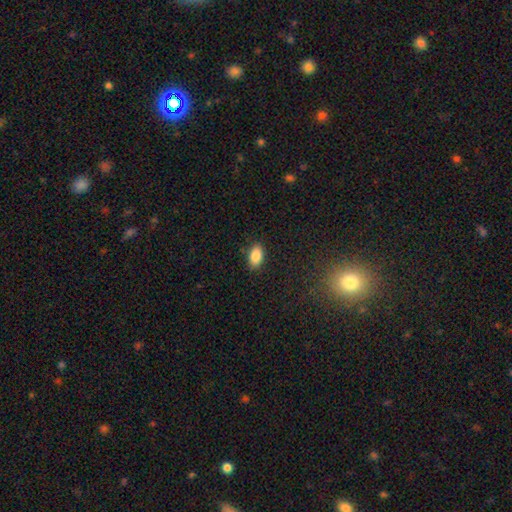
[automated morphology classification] smooth 88%, star or artifact 8%, featured or disk 5%. Down the decision tree: how rounded — in between (93%); merging — none (87%).